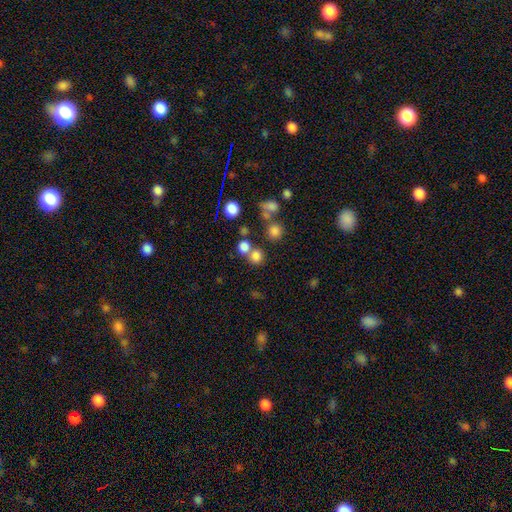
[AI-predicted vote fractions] Morphology: type=smooth (77%); roundness=round (88%); merging=none (62%).